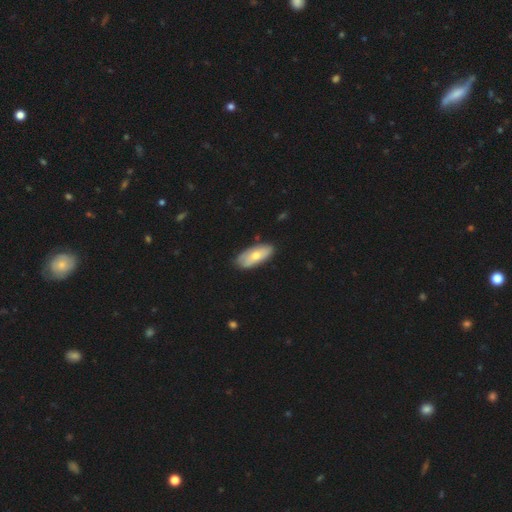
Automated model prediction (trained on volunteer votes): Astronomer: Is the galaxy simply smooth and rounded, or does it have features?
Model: smooth — 60%.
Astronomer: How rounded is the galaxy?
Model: in between — 86%.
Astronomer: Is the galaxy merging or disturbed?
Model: none — 79%.